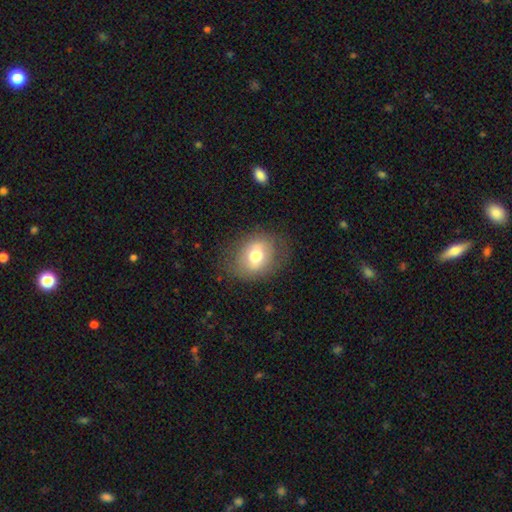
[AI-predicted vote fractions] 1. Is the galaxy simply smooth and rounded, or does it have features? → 64% smooth, 27% featured or disk, 9% star or artifact.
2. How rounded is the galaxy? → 50% round, 49% in between, 1% cigar-shaped.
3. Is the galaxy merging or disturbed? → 76% none, 15% minor disturbance, 7% major disturbance, 1% merger.